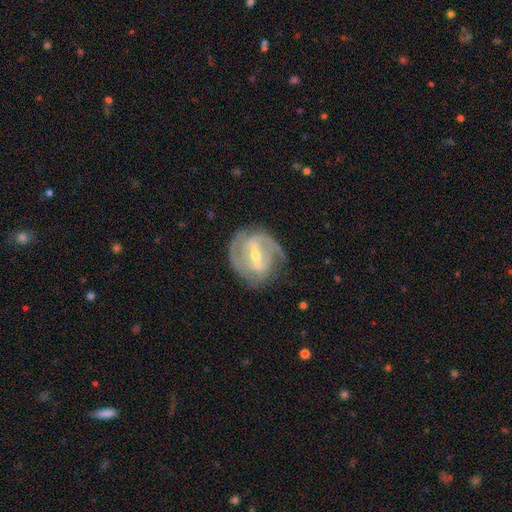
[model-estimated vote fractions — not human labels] This appears to be a featured or disk galaxy (87%) with a strong bar (58%), 2 (63%) tight (53%) spiral arms (91%) and a moderate central bulge (49%). Merging: none (73%).